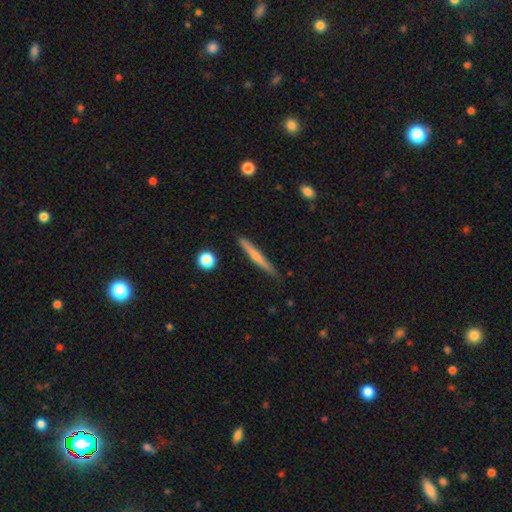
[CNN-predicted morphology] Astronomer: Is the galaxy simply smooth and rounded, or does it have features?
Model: smooth — 55% (runner-up: featured or disk, 39%).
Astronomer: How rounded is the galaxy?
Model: cigar-shaped — 95%.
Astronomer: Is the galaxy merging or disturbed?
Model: none — 85%.